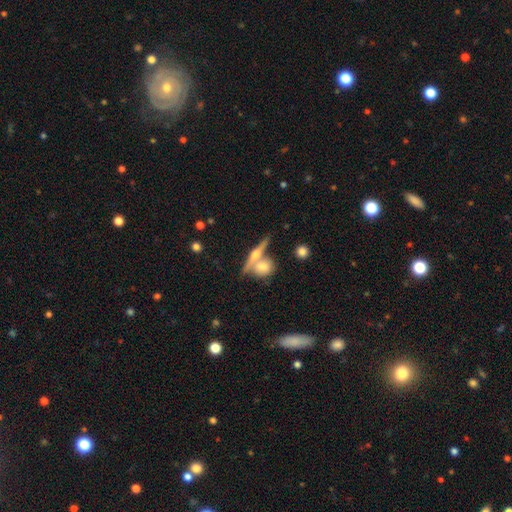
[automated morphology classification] smooth-or-featured: featured or disk: 58% | smooth: 34% | star or artifact: 8%
  disk-edge-on: yes: 89% | no: 11%
    edge-on-bulge: rounded: 87% | boxy: 7% | none: 6%
  merging: none: 50% | merger: 37% | minor disturbance: 9% | major disturbance: 4%